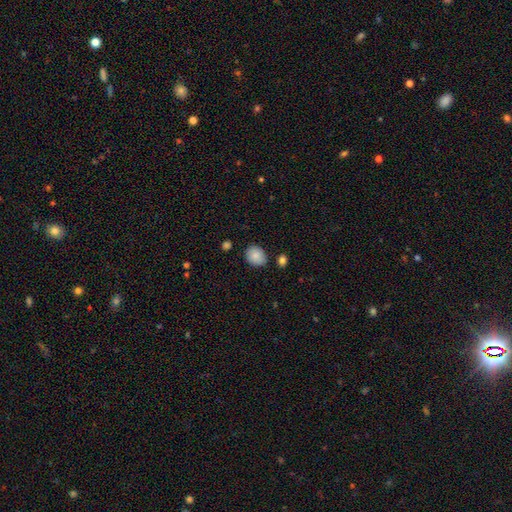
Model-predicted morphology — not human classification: Smooth or featured? smooth (87%)
How rounded? round (53%)
Merging? none (81%)